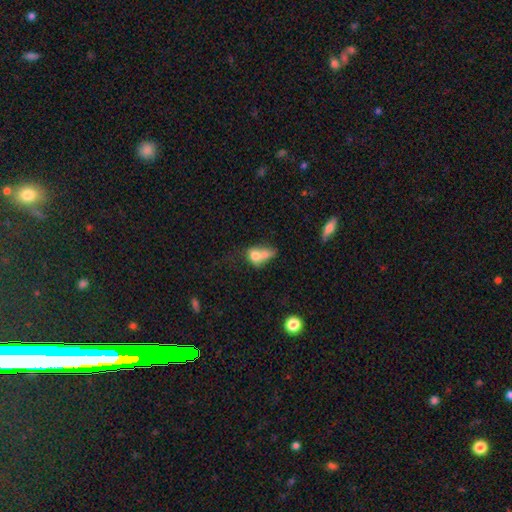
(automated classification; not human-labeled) Morphology: type=smooth (69%); roundness=in between (58%); merging=merger (57%).